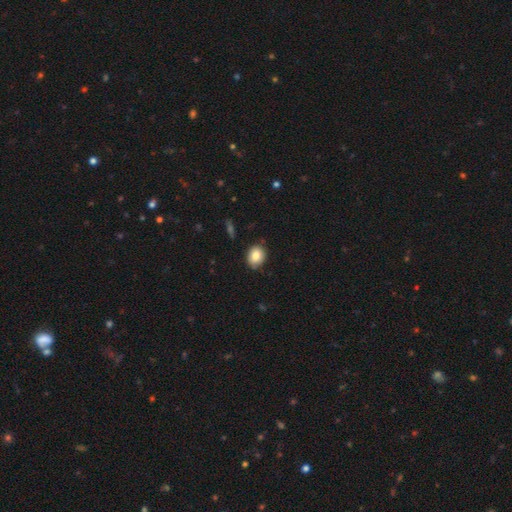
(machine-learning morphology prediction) A smooth galaxy with no disk features (83%) that is round (55%). Merging: none (83%).